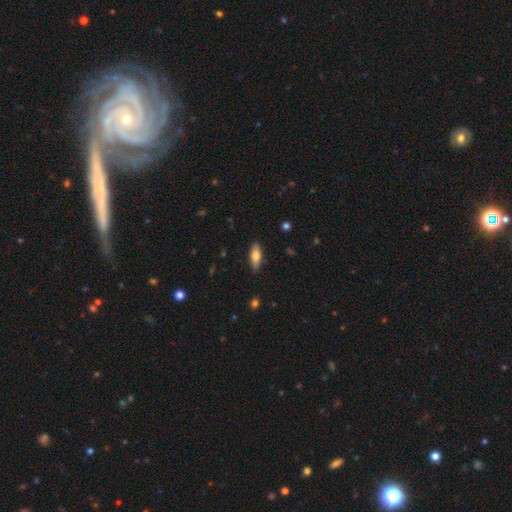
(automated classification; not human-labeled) Smooth or featured?
  - smooth: 75% *
  - featured or disk: 19%
  - star or artifact: 6%
How rounded?
  - in between: 69% *
  - cigar-shaped: 28%
  - round: 2%
Merging?
  - none: 85% *
  - minor disturbance: 12%
  - major disturbance: 2%
  - merger: 1%